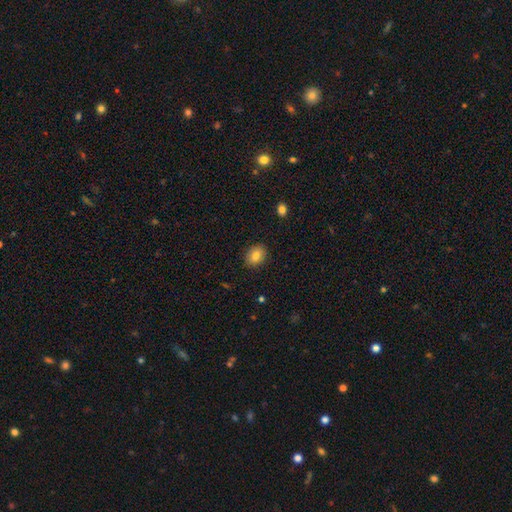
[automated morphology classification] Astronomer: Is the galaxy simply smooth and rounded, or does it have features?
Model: smooth — 82%.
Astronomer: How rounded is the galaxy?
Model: in between — 55% (runner-up: round, 44%).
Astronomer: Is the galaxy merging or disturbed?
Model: none — 89%.